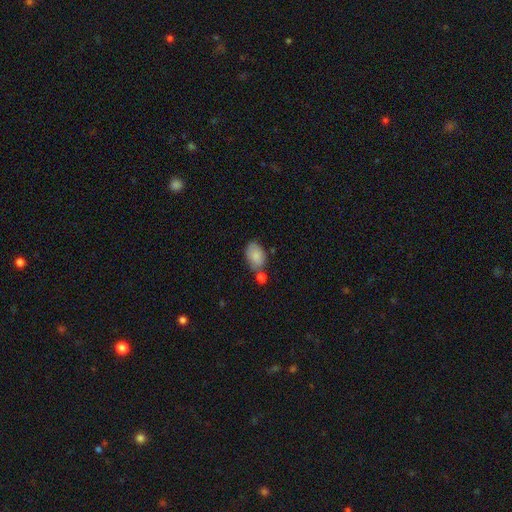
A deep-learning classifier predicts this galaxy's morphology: smooth-or-featured: smooth: 82% | featured or disk: 11% | star or artifact: 7%
  how-rounded: in between: 90% | round: 8% | cigar-shaped: 2%
  merging: none: 48% | merger: 26% | minor disturbance: 20% | major disturbance: 6%